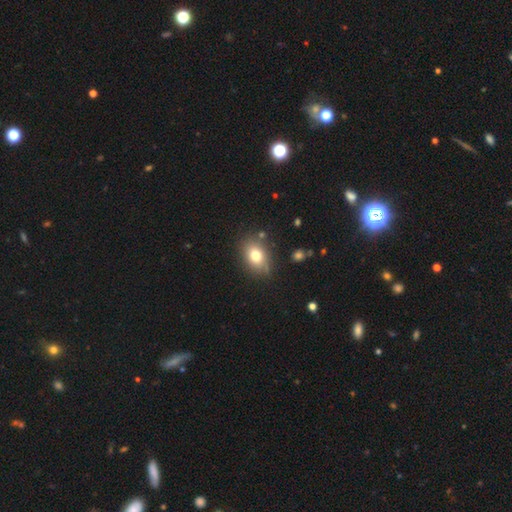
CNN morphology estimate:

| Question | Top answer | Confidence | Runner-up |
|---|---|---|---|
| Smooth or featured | smooth | 77% | featured or disk (13%) |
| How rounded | in between | 73% | round (26%) |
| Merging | none | 80% | minor disturbance (13%) |